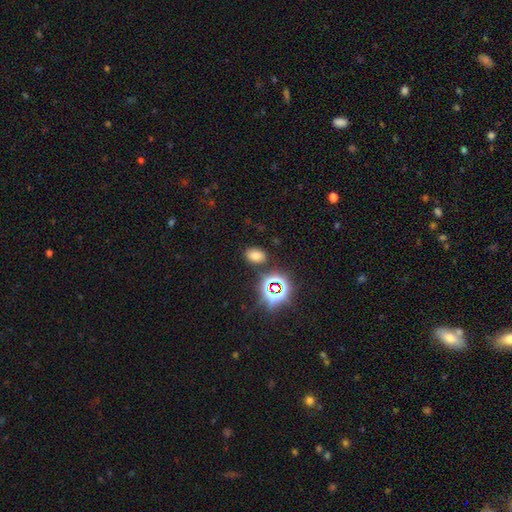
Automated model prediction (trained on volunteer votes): The model was most divided on "smooth or featured": smooth: 66%, star or artifact: 27%, featured or disk: 8%. More confident: merging — none (84%); how rounded — in between (81%).